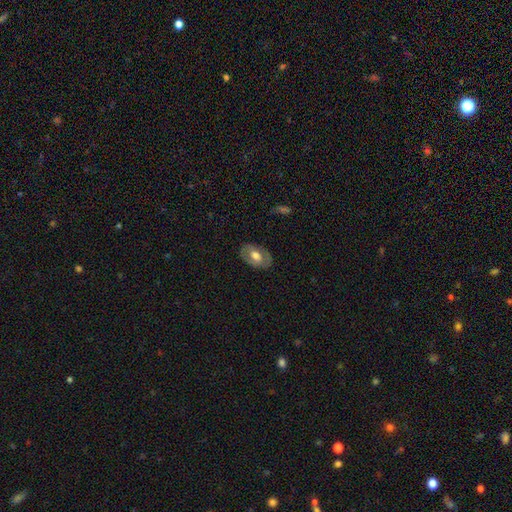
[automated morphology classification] Smooth or featured? Predicted: smooth (p=0.49). Merging? Predicted: none (p=0.80).